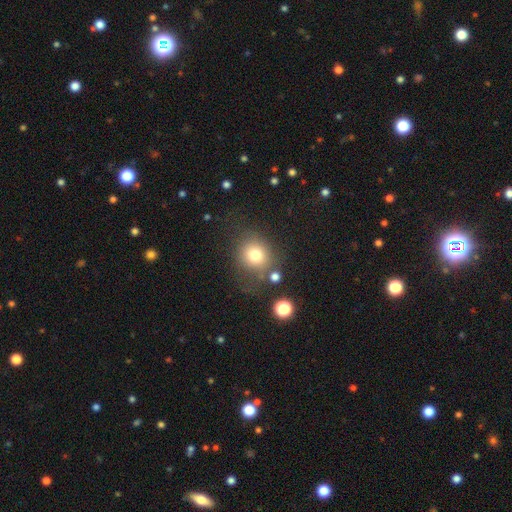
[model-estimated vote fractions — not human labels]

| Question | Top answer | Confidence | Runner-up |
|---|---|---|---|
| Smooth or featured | smooth | 76% | star or artifact (14%) |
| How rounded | round | 80% | in between (19%) |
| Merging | none | 66% | minor disturbance (17%) |